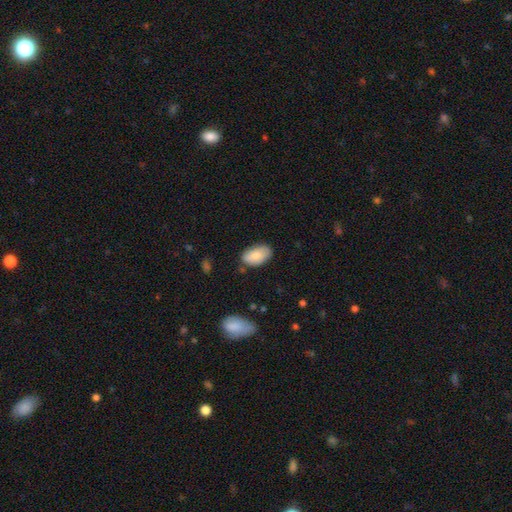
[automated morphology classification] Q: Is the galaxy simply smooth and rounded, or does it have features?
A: smooth — 82%.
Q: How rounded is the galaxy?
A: in between — 94%.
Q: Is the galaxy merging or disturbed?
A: none — 77%.